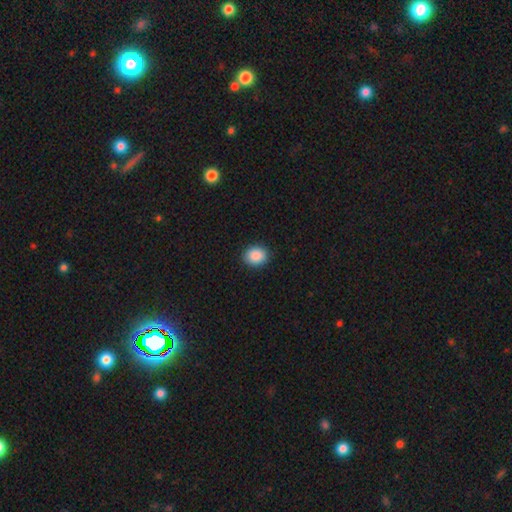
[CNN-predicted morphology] This is clearly a smooth galaxy (89%). How rounded: likely round (63%). Merging: clearly none (91%).